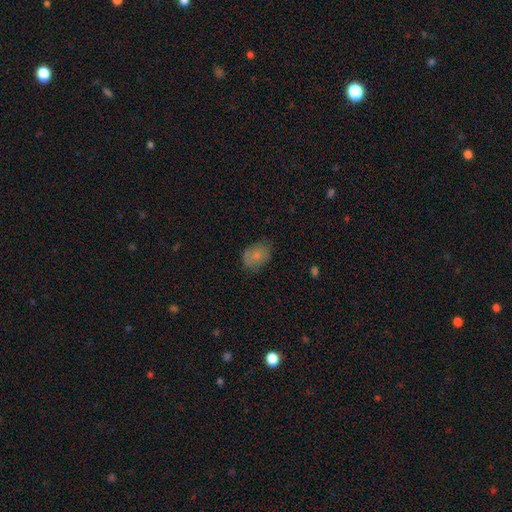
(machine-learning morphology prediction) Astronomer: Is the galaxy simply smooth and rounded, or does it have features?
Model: smooth — 76%.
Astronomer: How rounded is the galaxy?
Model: in between — 70%.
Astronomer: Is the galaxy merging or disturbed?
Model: none — 71%.